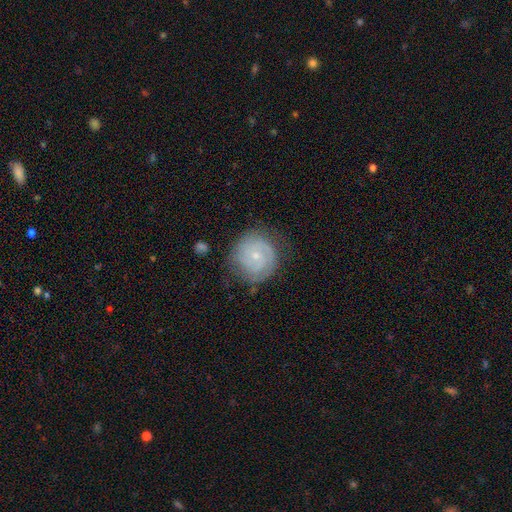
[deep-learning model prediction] smooth_or_featured: featured or disk (p=0.74) [alt: smooth p=0.20]
disk_edge_on: no (p=0.98) [alt: yes p=0.02]
bar: no (p=0.73) [alt: weak p=0.23]
has_spiral_arms: yes (p=0.93) [alt: no p=0.07]
spiral_winding: tight (p=0.66) [alt: medium p=0.27]
spiral_arm_count: 2 (p=0.43) [alt: can't tell p=0.26]
bulge_size: small (p=0.76) [alt: moderate p=0.20]
merging: none (p=0.74) [alt: minor disturbance p=0.18]